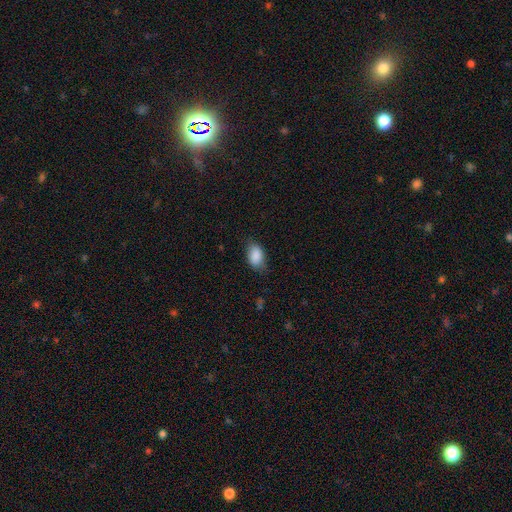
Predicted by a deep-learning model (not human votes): Smooth or featured?
  - smooth: 88% *
  - star or artifact: 7%
  - featured or disk: 5%
How rounded?
  - in between: 89% *
  - round: 9%
  - cigar-shaped: 2%
Merging?
  - none: 72% *
  - minor disturbance: 22%
  - major disturbance: 5%
  - merger: 1%